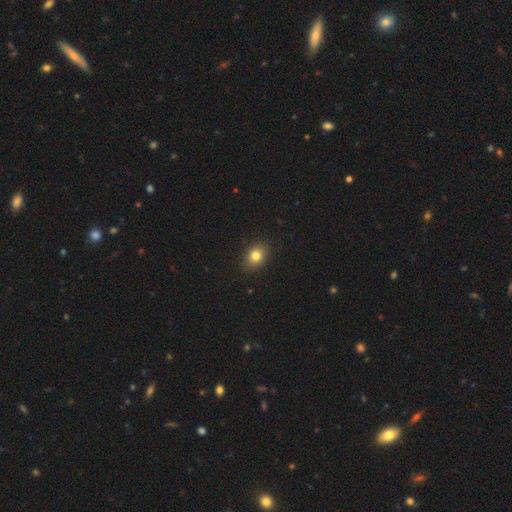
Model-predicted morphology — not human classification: Smooth or featured?
  - smooth: 81% *
  - star or artifact: 11%
  - featured or disk: 8%
How rounded?
  - in between: 52% *
  - round: 47%
  - cigar-shaped: 1%
Merging?
  - none: 89% *
  - minor disturbance: 8%
  - major disturbance: 2%
  - merger: 1%